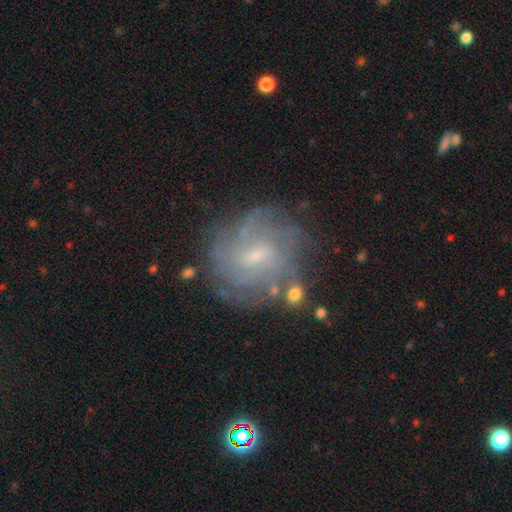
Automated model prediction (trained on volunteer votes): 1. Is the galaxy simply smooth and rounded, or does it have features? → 76% featured or disk, 15% smooth, 9% star or artifact.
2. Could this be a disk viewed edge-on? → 97% no, 3% yes.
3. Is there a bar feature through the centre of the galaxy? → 60% weak, 28% no, 11% strong.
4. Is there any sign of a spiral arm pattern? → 87% yes, 13% no.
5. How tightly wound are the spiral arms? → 58% tight, 31% medium, 11% loose.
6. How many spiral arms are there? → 48% can't tell, 16% 4, 13% 3, 12% 2, 7% more than 4, 5% 1.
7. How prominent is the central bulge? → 62% small, 28% moderate, 8% none, 2% large, 1% dominant.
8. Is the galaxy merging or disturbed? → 72% none, 16% minor disturbance, 8% major disturbance, 4% merger.